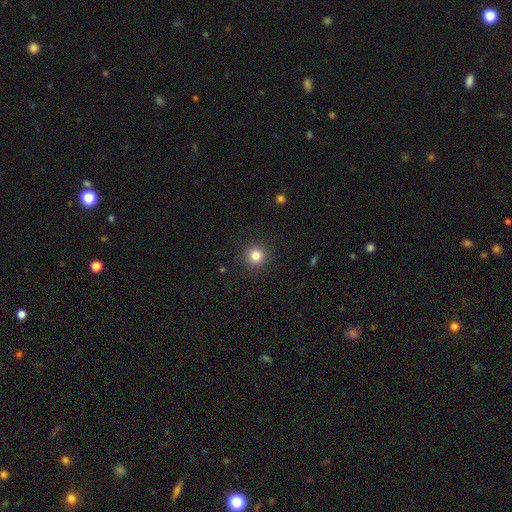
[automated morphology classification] The model was most divided on "smooth or featured": smooth: 82%, star or artifact: 12%, featured or disk: 5%. More confident: how rounded — round (95%); merging — none (92%).